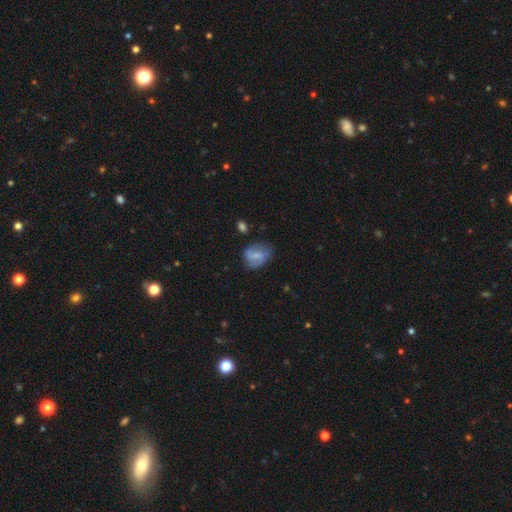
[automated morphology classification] This appears to be a smooth galaxy with no disk features (48%). Merging: none (57%).